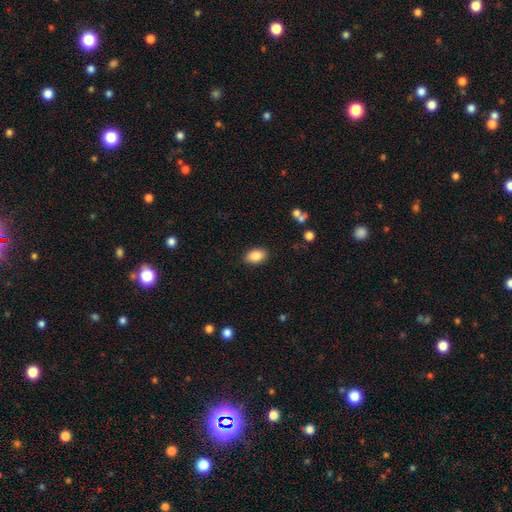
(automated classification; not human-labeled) Overall: smooth (86%). How rounded: in between (90%). Merging: none (87%).